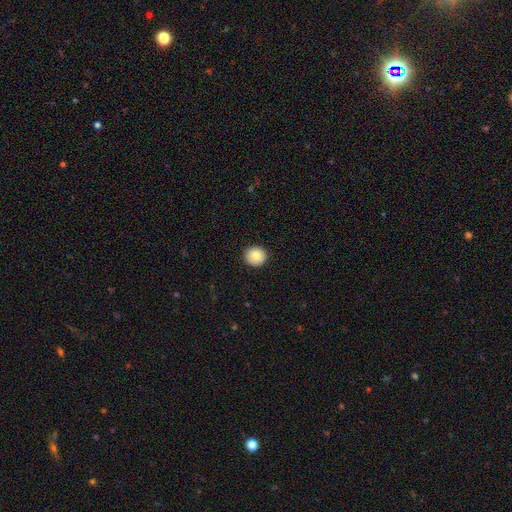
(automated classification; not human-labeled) smooth-or-featured: smooth: 82% | featured or disk: 10% | star or artifact: 8%
  how-rounded: round: 92% | in between: 7% | cigar-shaped: 1%
  merging: none: 92% | minor disturbance: 5% | major disturbance: 2% | merger: 1%